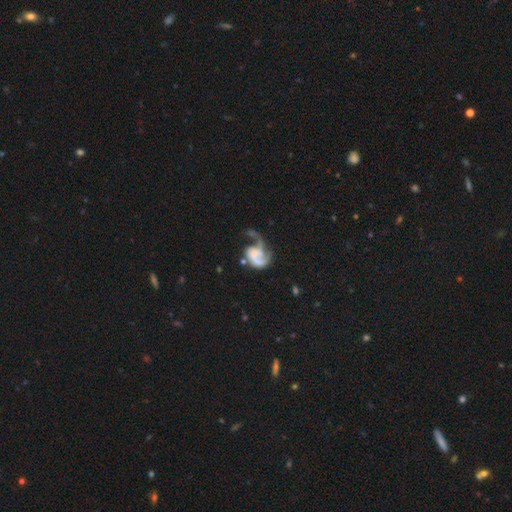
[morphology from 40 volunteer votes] A featured or disk galaxy (95%) with no bar (66%), 2 (78%) loose (47%) spiral arms (95%) and no central bulge (39%).

Vote fractions:
- Smooth or featured? featured or disk: 95% / smooth: 5% / star or artifact: 0%
- Edge-on disk? no: 100% / yes: 0%
- Bar? no: 66% / weak: 32% / strong: 3%
- Spiral arms? yes: 95% / no: 5%
- Spiral winding? loose: 47% / medium: 44% / tight: 8%
- Spiral arm count? 2: 78% / 1: 17% / can't tell: 6% / 3: 0% / 4: 0% / more than 4: 0%
- Bulge size? none: 39% / small: 37% / moderate: 13% / dominant: 5% / large: 5%
- Merging? major disturbance: 55% / none: 20% / minor disturbance: 15% / merger: 10%